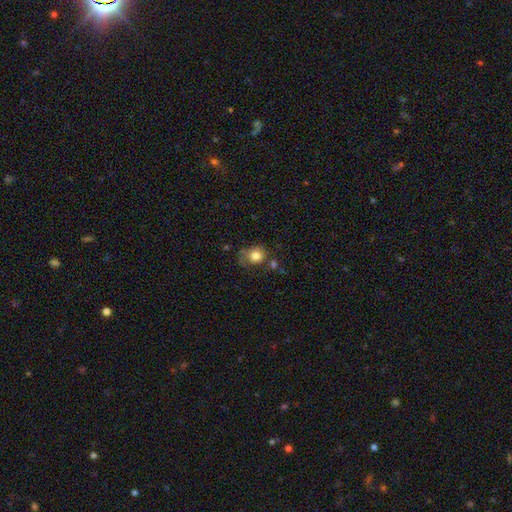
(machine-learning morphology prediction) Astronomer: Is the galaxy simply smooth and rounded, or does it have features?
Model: smooth — 79%.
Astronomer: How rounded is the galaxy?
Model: round — 67%.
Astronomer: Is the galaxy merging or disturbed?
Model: none — 47% (runner-up: minor disturbance, 28%).